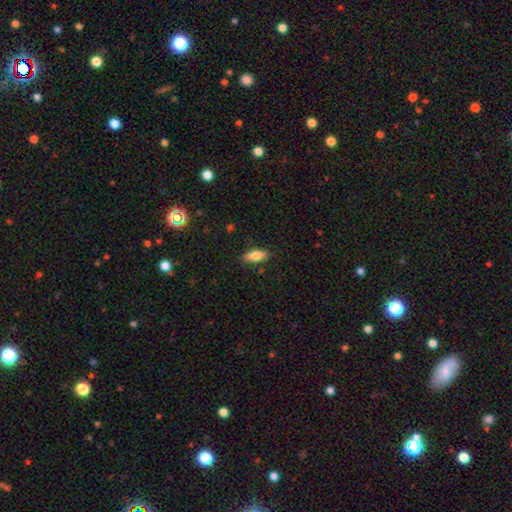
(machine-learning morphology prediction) The model was most divided on "how rounded": in between: 77%, cigar-shaped: 20%, round: 3%. More confident: merging — none (83%); smooth or featured — smooth (80%).